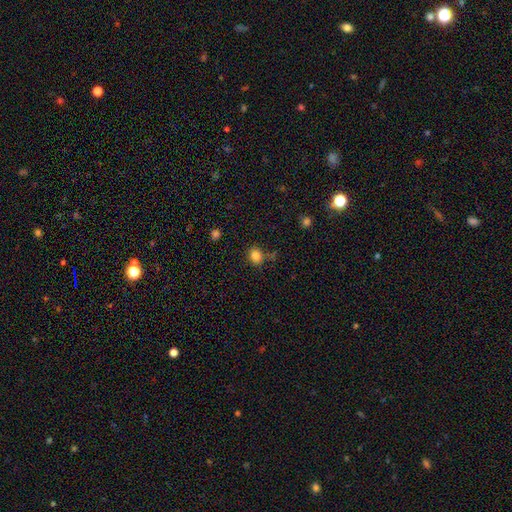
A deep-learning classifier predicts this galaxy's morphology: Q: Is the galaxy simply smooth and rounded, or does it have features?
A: smooth — 83%.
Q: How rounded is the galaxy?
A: round — 73%.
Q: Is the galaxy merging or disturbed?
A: none — 78%.